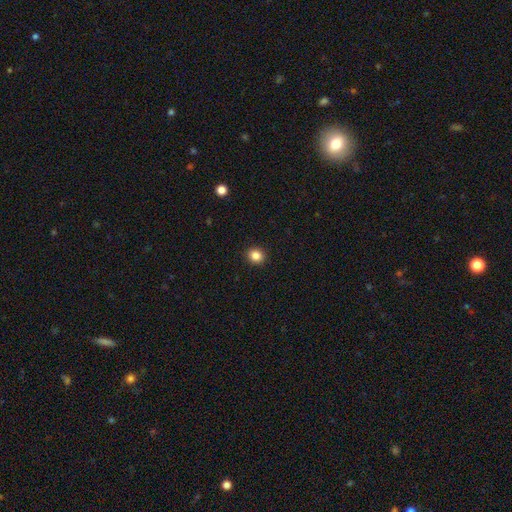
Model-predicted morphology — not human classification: type=smooth (85%); roundness=round (80%); merging=none (92%).